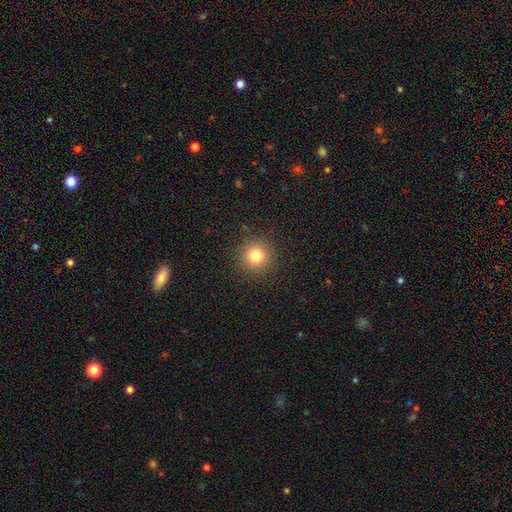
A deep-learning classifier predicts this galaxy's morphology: Smooth or featured?
  - smooth: 80% *
  - star or artifact: 13%
  - featured or disk: 7%
How rounded?
  - round: 95% *
  - in between: 4%
  - cigar-shaped: 1%
Merging?
  - none: 90% *
  - minor disturbance: 6%
  - major disturbance: 3%
  - merger: 1%